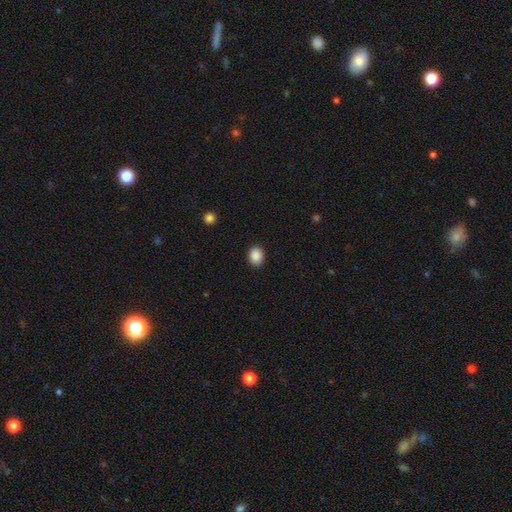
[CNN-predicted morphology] Smooth or featured? smooth (89%)
How rounded? in between (55%)
Merging? none (90%)